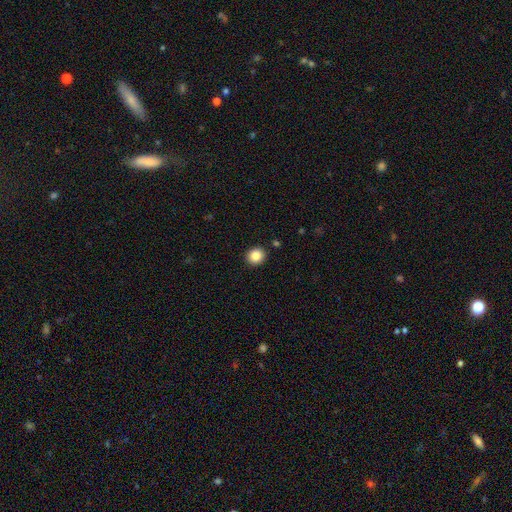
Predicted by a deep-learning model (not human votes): Morphology: type=smooth (85%); roundness=round (83%); merging=none (91%).